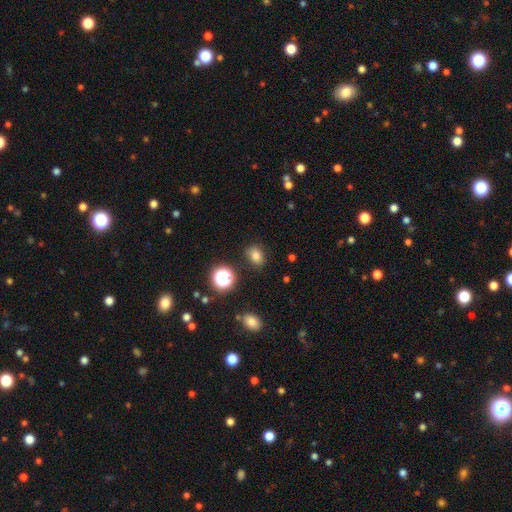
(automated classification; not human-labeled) A smooth galaxy with no disk features (77%) that is in between round and cigar-shaped (61%). Merging: none (83%).